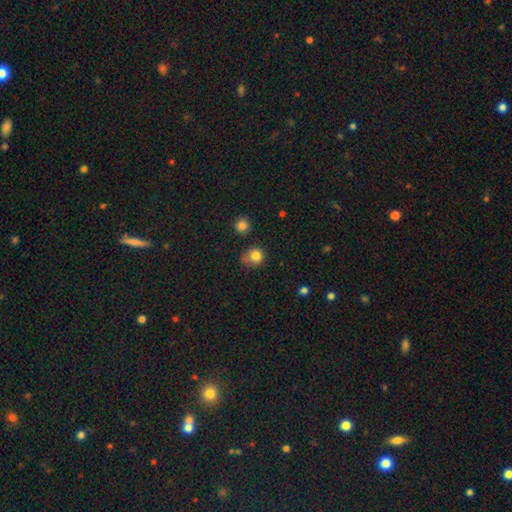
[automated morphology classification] A smooth galaxy with no disk features (81%) that is round (82%).

Vote fractions:
- Smooth or featured? smooth: 81% / star or artifact: 12% / featured or disk: 7%
- How rounded? round: 82% / in between: 17% / cigar-shaped: 1%
- Merging? none: 54% / minor disturbance: 26% / major disturbance: 10% / merger: 10%